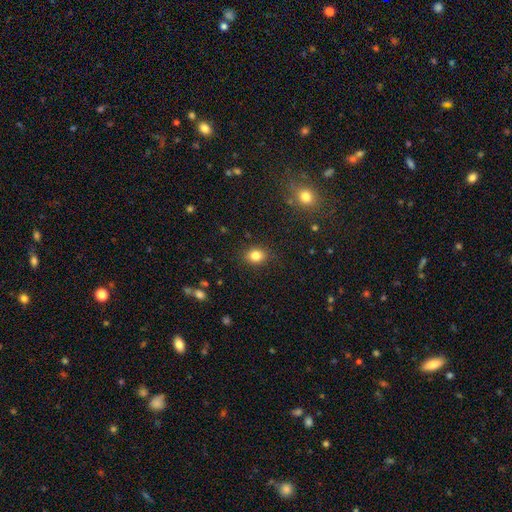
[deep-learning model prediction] Morphology: type=smooth (82%); roundness=round (59%); merging=none (88%).